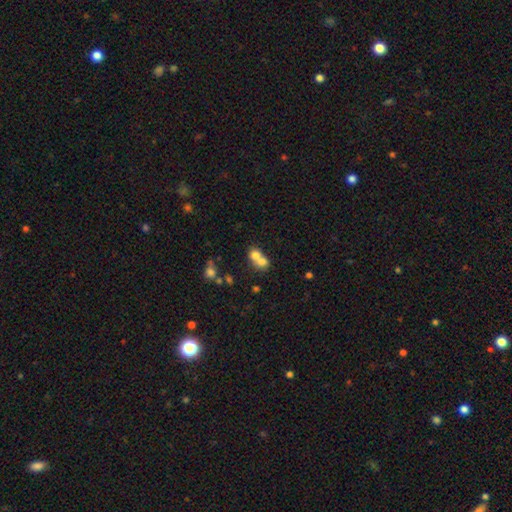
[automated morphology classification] smooth-or-featured: smooth: 72% | featured or disk: 16% | star or artifact: 11%
  how-rounded: round: 69% | in between: 30% | cigar-shaped: 1%
  merging: merger: 68% | none: 25% | minor disturbance: 5% | major disturbance: 3%